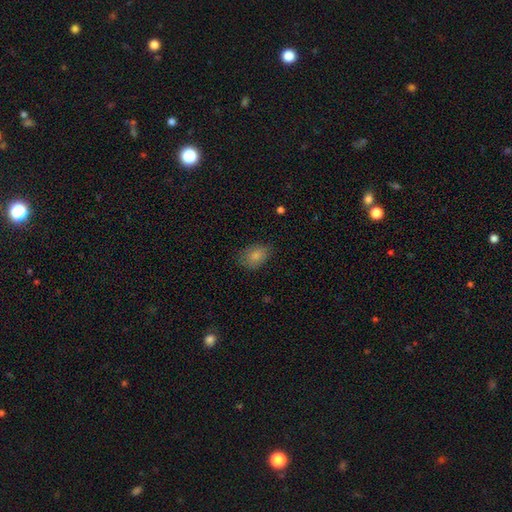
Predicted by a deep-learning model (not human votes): Smooth or featured: smooth — 84% (star or artifact — 8%)
How rounded: in between — 74% (round — 25%)
Merging: none — 73% (minor disturbance — 21%)